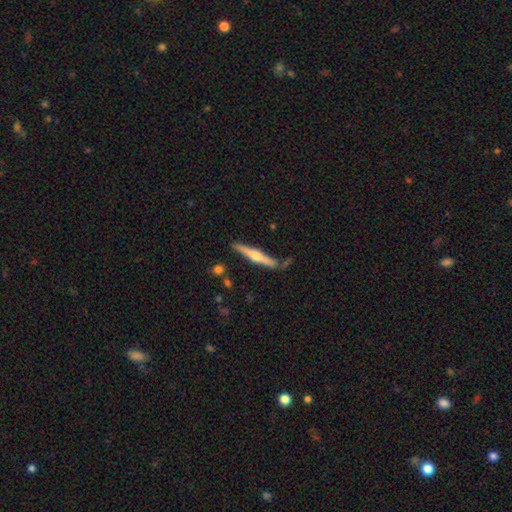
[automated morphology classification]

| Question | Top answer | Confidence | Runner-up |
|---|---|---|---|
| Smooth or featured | featured or disk | 66% | smooth (29%) |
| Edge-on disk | yes | 97% | no (3%) |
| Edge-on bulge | rounded | 91% | none (5%) |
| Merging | none | 80% | minor disturbance (14%) |